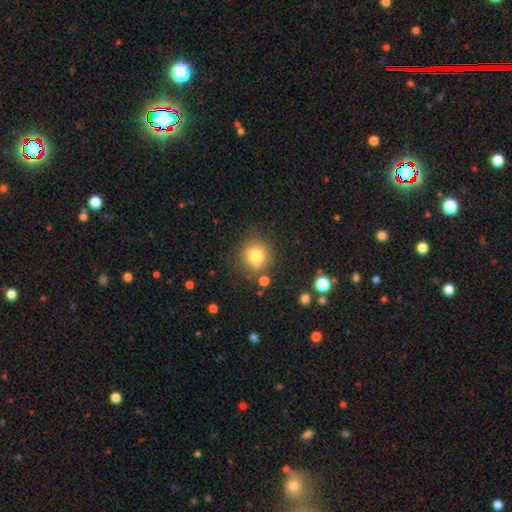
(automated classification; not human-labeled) This is likely a smooth galaxy (79%). How rounded: clearly round (89%). Merging: likely none (74%).